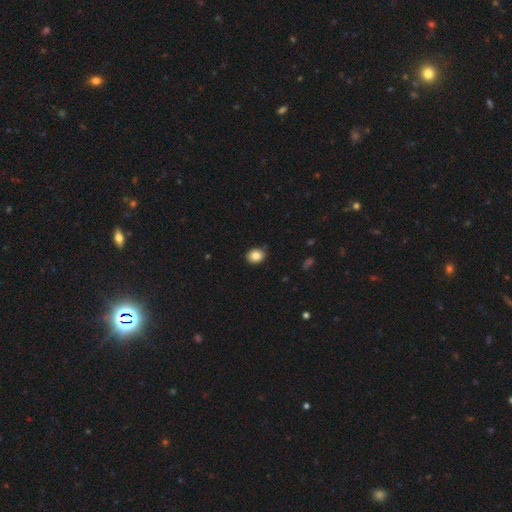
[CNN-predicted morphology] Smooth or featured? smooth (85%)
How rounded? round (59%)
Merging? none (89%)